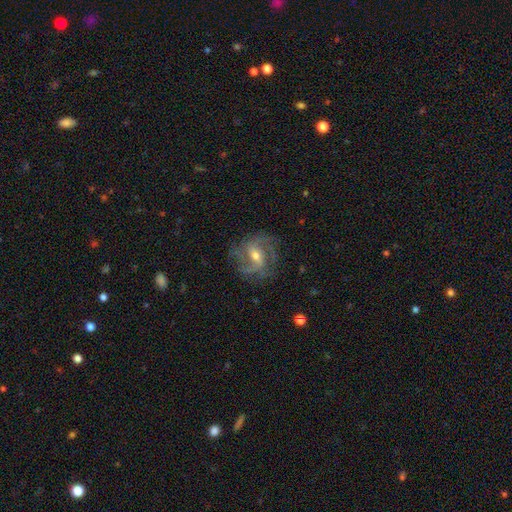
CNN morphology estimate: Overall: featured or disk (86%). Edge-on disk: no (97%). Bar: weak (48%; strong 27%). Spiral arms: yes (95%). Spiral arm count: 2 (54%; 3 20%). Spiral winding: medium (51%; tight 26%). Bulge size: moderate (53%; small 43%). Merging: none (75%).